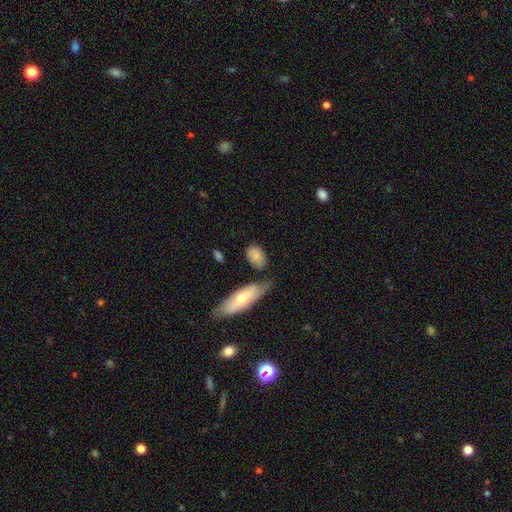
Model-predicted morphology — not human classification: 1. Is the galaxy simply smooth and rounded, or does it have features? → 80% smooth, 13% featured or disk, 6% star or artifact.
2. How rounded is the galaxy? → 85% in between, 10% round, 5% cigar-shaped.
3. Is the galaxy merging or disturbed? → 61% none, 22% minor disturbance, 10% merger, 7% major disturbance.